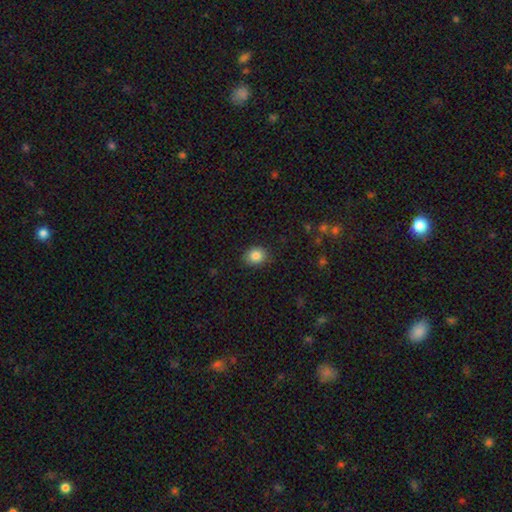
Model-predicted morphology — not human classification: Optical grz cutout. It shows a smooth galaxy with no disk features (85%) that is round (62%). Merging: none (87%).